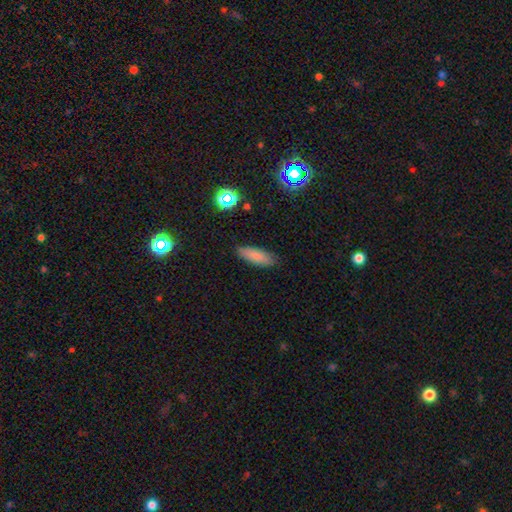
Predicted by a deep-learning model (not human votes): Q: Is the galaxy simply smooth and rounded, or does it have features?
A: smooth — 83%.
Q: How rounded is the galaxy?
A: in between — 60%.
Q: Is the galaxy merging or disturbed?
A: none — 84%.